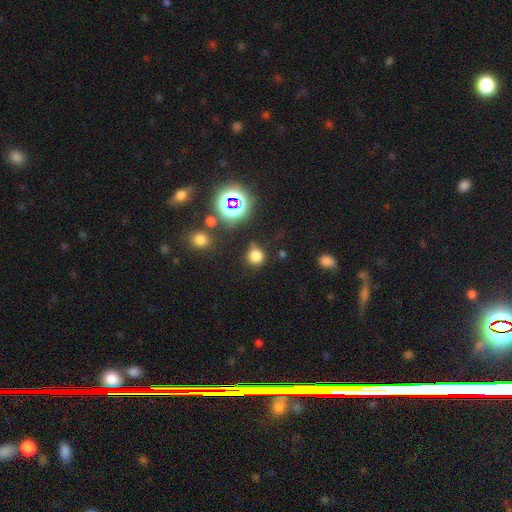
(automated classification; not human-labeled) This is likely a smooth galaxy (71%). How rounded: clearly round (87%). Merging: likely none (72%).